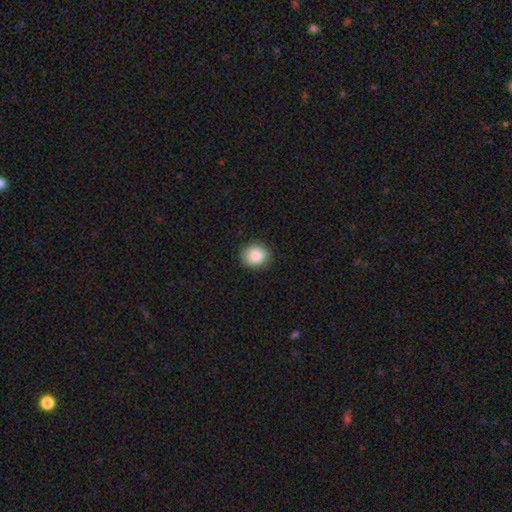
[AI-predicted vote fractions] Smooth or featured?
  - smooth: 87% *
  - star or artifact: 8%
  - featured or disk: 4%
How rounded?
  - round: 74% *
  - in between: 25%
  - cigar-shaped: 1%
Merging?
  - none: 87% *
  - minor disturbance: 10%
  - major disturbance: 2%
  - merger: 1%